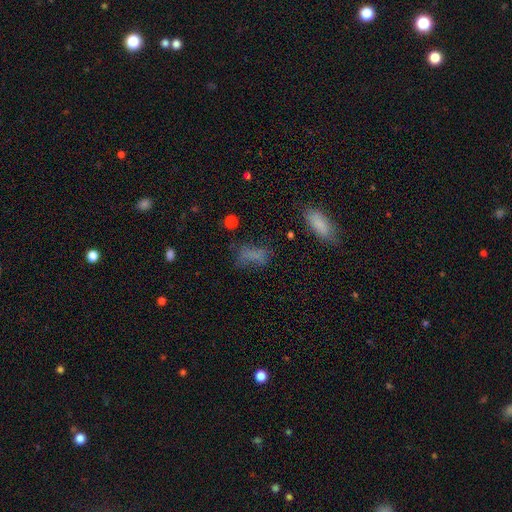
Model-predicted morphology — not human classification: smooth_or_featured: smooth (p=0.66) [alt: star or artifact p=0.19]
how_rounded: in between (p=0.73) [alt: cigar-shaped p=0.17]
merging: none (p=0.52) [alt: minor disturbance p=0.23]